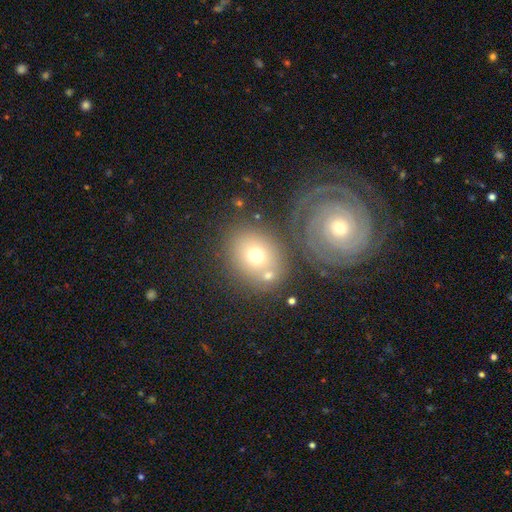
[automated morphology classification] A smooth galaxy with no disk features (59%) that is round (58%).

Vote fractions:
- Smooth or featured? smooth: 59% / featured or disk: 30% / star or artifact: 11%
- How rounded? round: 58% / in between: 41% / cigar-shaped: 1%
- Merging? none: 59% / merger: 22% / minor disturbance: 13% / major disturbance: 6%